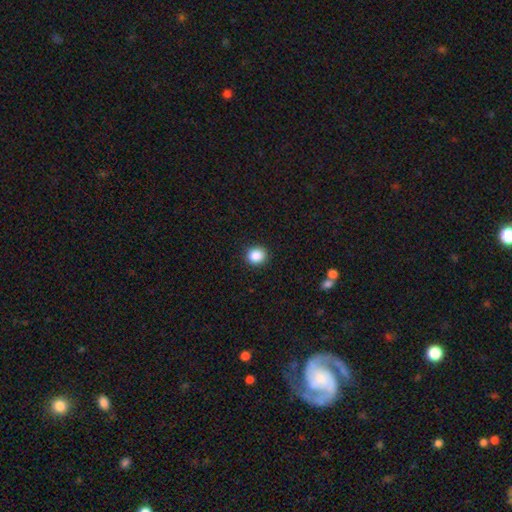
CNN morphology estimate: Overall: smooth (88%). How rounded: round (82%). Merging: none (91%).